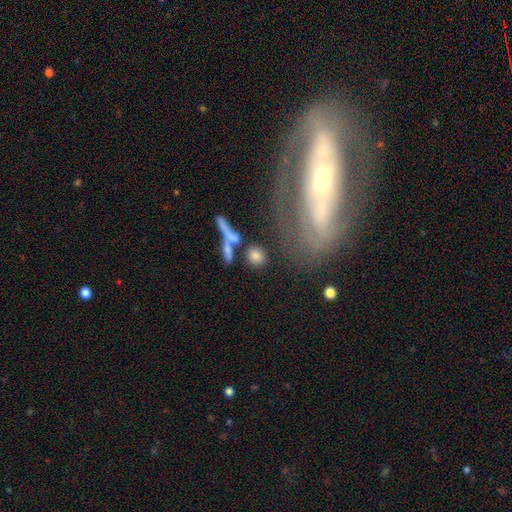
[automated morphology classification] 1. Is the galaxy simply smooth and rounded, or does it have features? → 79% smooth, 12% featured or disk, 9% star or artifact.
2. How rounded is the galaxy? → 76% round, 18% in between, 6% cigar-shaped.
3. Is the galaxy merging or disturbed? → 70% none, 15% merger, 9% minor disturbance, 5% major disturbance.